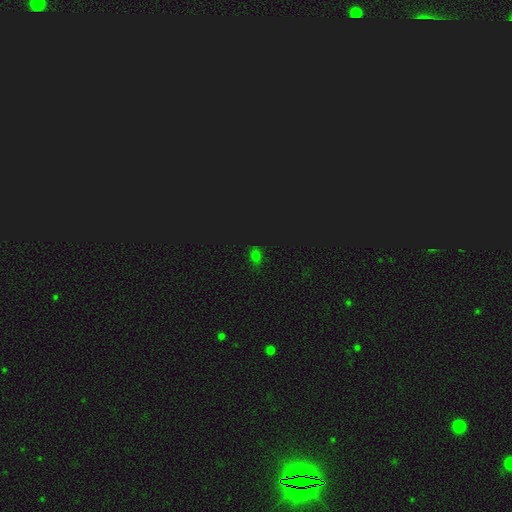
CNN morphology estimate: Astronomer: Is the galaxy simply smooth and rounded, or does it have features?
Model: smooth — 60%.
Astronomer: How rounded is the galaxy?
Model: in between — 59% (runner-up: round, 38%).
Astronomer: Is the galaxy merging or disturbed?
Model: none — 78%.